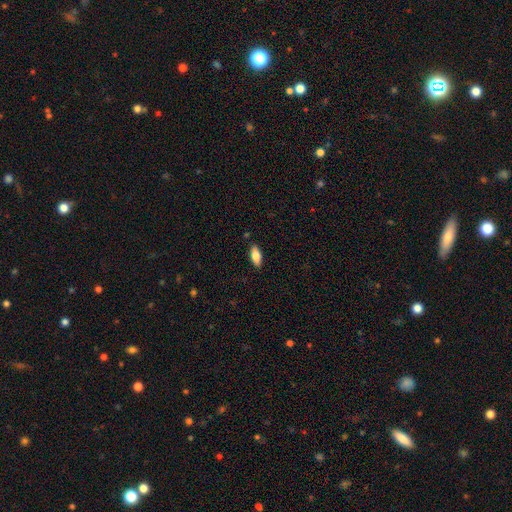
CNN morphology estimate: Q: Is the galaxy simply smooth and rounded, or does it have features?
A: smooth — 76%.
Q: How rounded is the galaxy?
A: in between — 82%.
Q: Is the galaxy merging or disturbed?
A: none — 88%.